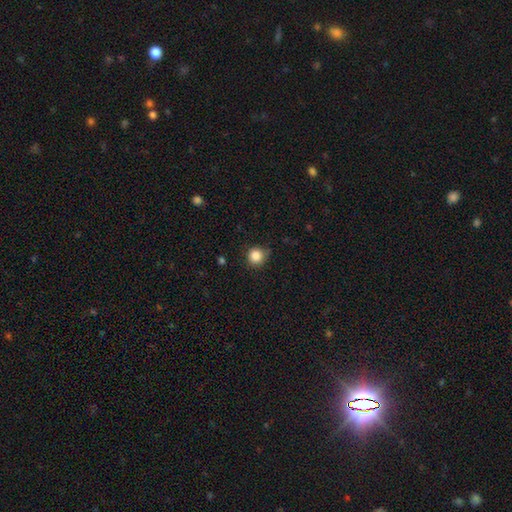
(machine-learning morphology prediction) The model was most divided on "merging": none: 80%, minor disturbance: 15%, major disturbance: 3%, merger: 1%. More confident: how rounded — round (93%); smooth or featured — smooth (86%).